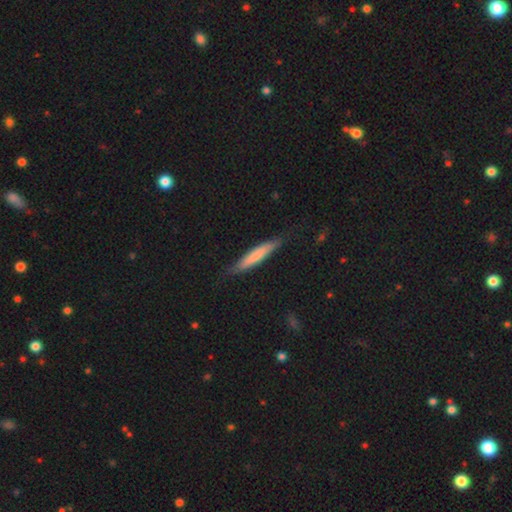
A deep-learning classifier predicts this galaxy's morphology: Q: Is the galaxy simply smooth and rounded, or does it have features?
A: smooth — 70%.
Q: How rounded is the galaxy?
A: cigar-shaped — 91%.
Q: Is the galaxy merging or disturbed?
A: none — 80%.